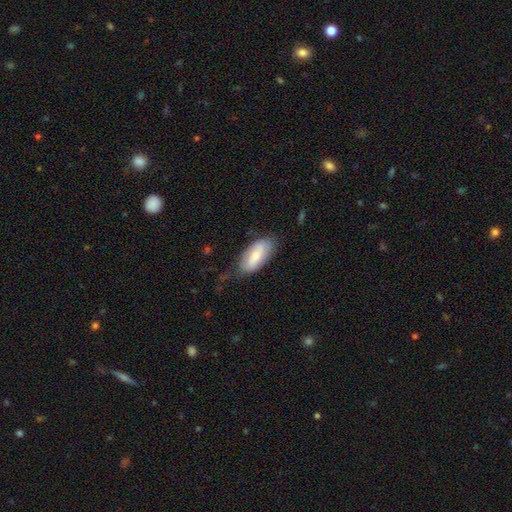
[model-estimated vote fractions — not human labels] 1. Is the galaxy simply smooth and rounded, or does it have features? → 70% smooth, 24% featured or disk, 6% star or artifact.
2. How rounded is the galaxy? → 90% in between, 8% cigar-shaped, 2% round.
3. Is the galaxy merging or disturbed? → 66% none, 25% minor disturbance, 7% major disturbance, 2% merger.